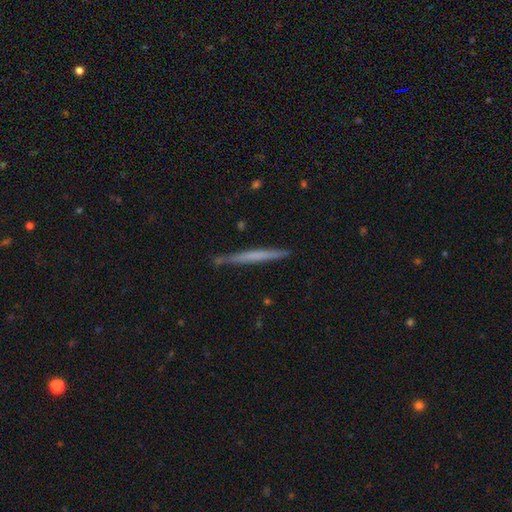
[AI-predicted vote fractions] Smooth or featured? Predicted: featured or disk (p=0.47, tied with smooth). Merging? Predicted: none (p=0.87).